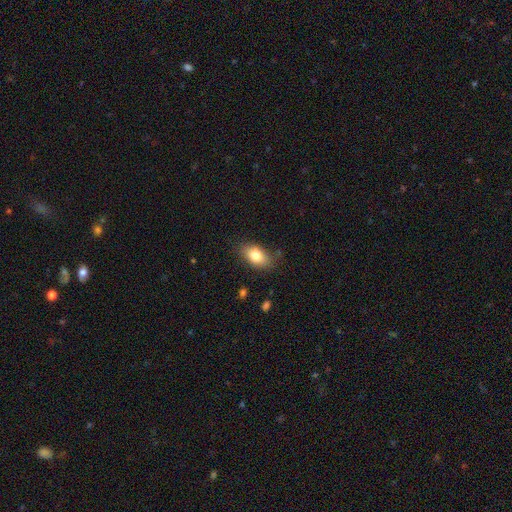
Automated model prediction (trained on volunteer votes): smooth-or-featured: smooth: 81% | featured or disk: 11% | star or artifact: 8%
  how-rounded: in between: 89% | round: 9% | cigar-shaped: 2%
  merging: none: 79% | minor disturbance: 16% | major disturbance: 3% | merger: 2%